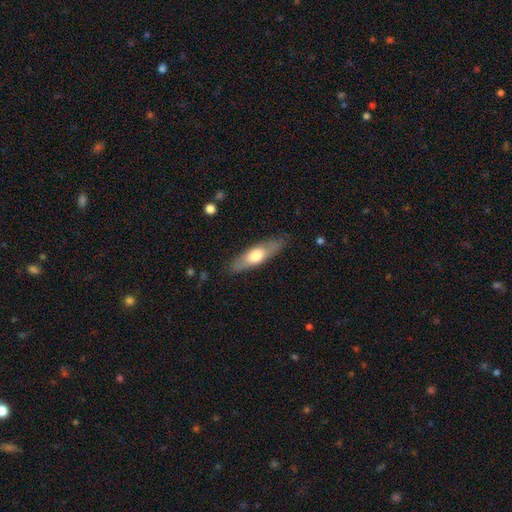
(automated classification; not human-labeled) smooth 59%, featured or disk 36%, star or artifact 5%. Down the decision tree: how rounded — cigar-shaped (53%); merging — none (84%).